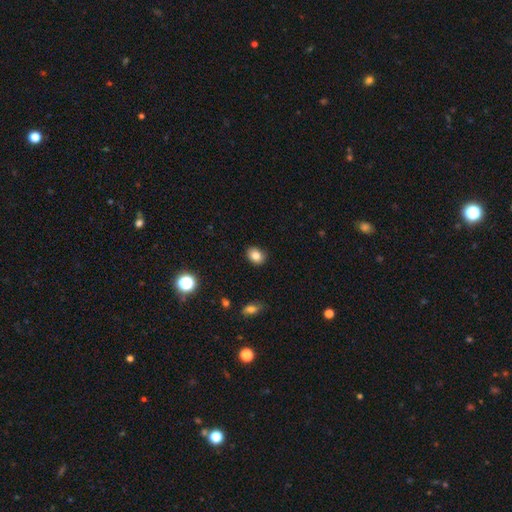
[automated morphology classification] A smooth galaxy with no disk features (82%) that is in between round and cigar-shaped (52%). Merging: none (87%).